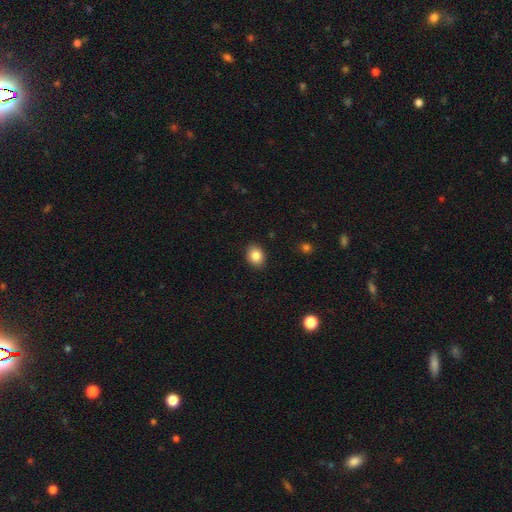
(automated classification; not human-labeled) A smooth galaxy with no disk features (86%) that is in between round and cigar-shaped (54%). Merging: none (89%).